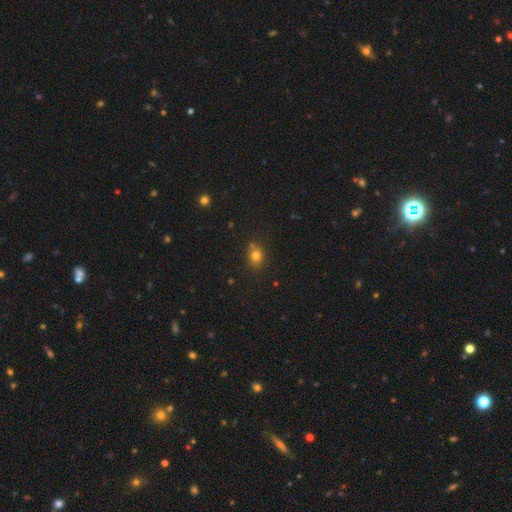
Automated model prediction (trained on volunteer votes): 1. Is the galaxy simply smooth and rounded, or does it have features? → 77% smooth, 15% star or artifact, 9% featured or disk.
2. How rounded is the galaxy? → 52% round, 47% in between, 1% cigar-shaped.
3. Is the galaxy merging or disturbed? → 72% none, 15% minor disturbance, 9% merger, 4% major disturbance.